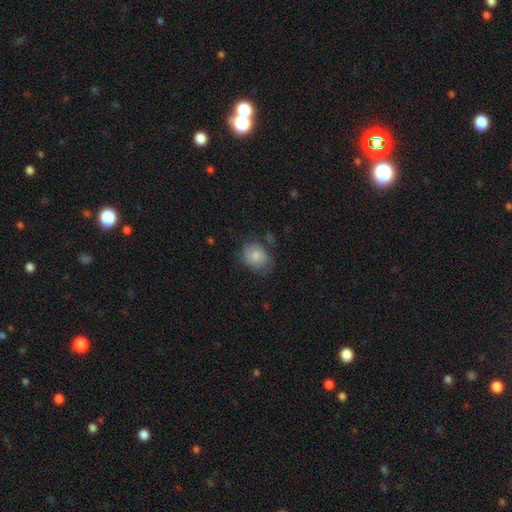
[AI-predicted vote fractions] Q: Smooth or featured?
A: smooth (75%); runner-up: featured or disk (17%)
Q: How rounded?
A: round (54%); runner-up: in between (45%)
Q: Merging?
A: none (57%); runner-up: minor disturbance (29%)